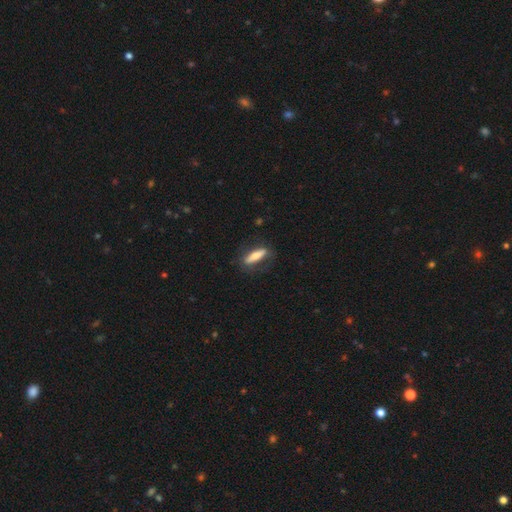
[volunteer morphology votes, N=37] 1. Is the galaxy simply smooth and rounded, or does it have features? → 59% smooth, 35% featured or disk, 5% star or artifact.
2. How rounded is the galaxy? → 68% cigar-shaped, 27% in between, 5% round.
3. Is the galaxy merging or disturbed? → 86% none, 9% minor disturbance, 6% major disturbance, 0% merger.